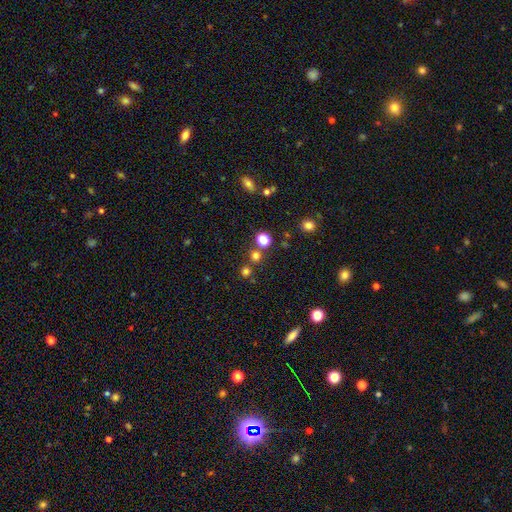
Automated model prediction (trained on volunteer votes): Overall: smooth (70%). How rounded: round (91%). Merging: none (74%).